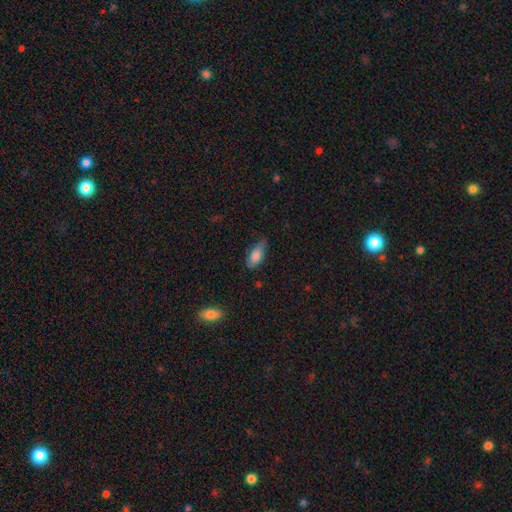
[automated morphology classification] A smooth galaxy with no disk features (79%) that is in between round and cigar-shaped (82%).

Vote fractions:
- Smooth or featured? smooth: 79% / featured or disk: 14% / star or artifact: 7%
- How rounded? in between: 82% / cigar-shaped: 15% / round: 3%
- Merging? none: 55% / minor disturbance: 36% / major disturbance: 8% / merger: 2%